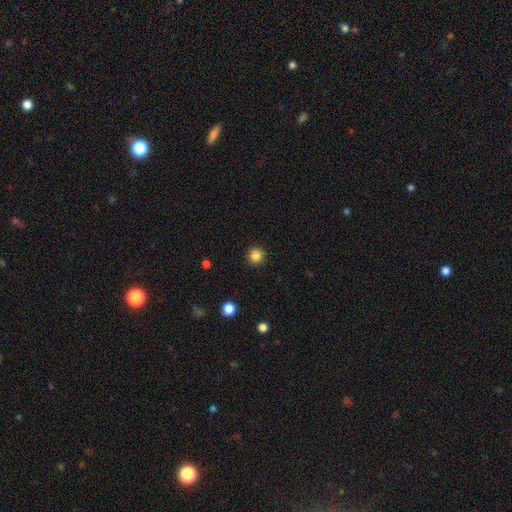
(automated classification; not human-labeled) Morphology: type=smooth (85%); roundness=round (95%); merging=none (93%).